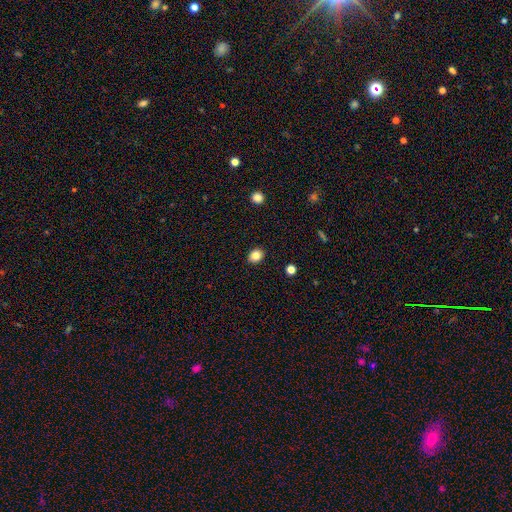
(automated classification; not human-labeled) Smooth or featured?
  - smooth: 84% *
  - star or artifact: 10%
  - featured or disk: 6%
How rounded?
  - round: 51% *
  - in between: 48%
  - cigar-shaped: 1%
Merging?
  - none: 91% *
  - minor disturbance: 7%
  - major disturbance: 2%
  - merger: 1%